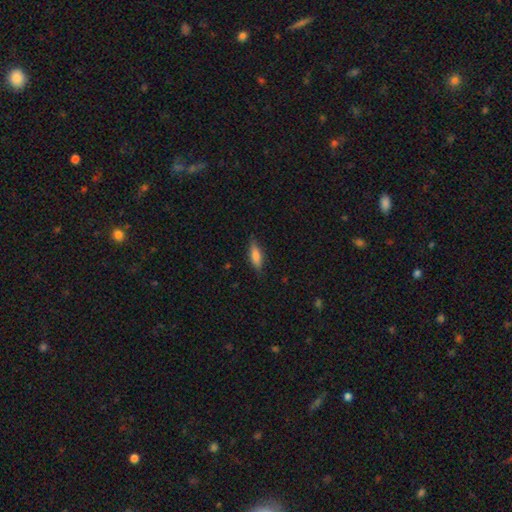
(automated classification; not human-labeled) Overall: smooth (73%). How rounded: in between (56%; cigar-shaped 42%). Merging: none (81%).